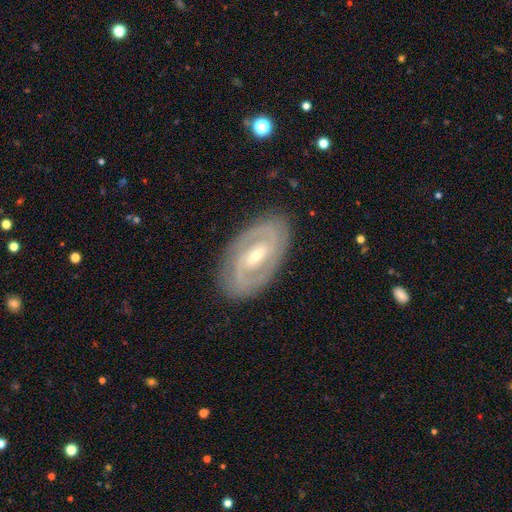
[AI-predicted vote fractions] Smooth or featured? Predicted: featured or disk (p=0.88). Edge-on disk? Predicted: no (p=0.96). Bar? Predicted: weak (p=0.44). Spiral arms? Predicted: yes (p=0.95). Spiral winding? Predicted: tight (p=0.59). Spiral arm count? Predicted: 2 (p=0.82). Bulge size? Predicted: small (p=0.60). Merging? Predicted: none (p=0.85).